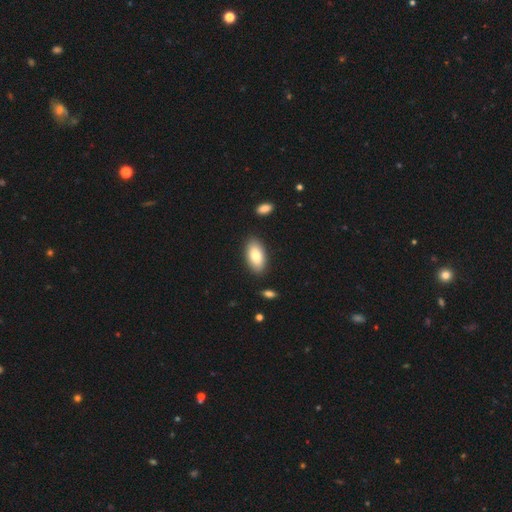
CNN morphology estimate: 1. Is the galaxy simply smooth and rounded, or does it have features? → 80% smooth, 14% featured or disk, 6% star or artifact.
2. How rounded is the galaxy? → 93% in between, 4% cigar-shaped, 3% round.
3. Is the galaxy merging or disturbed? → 85% none, 10% minor disturbance, 3% merger, 2% major disturbance.